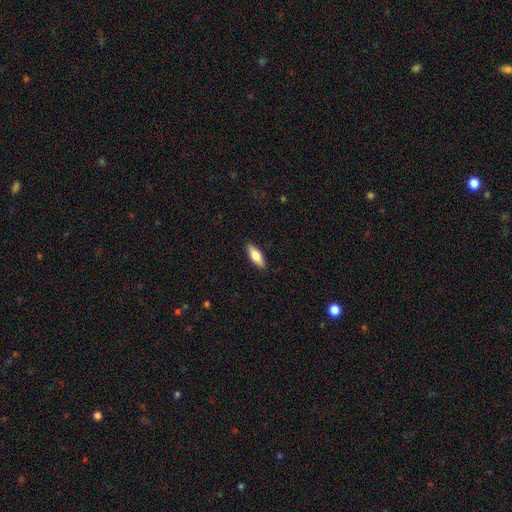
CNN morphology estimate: Overall: smooth (75%). How rounded: in between (67%; cigar-shaped 31%). Merging: none (88%).